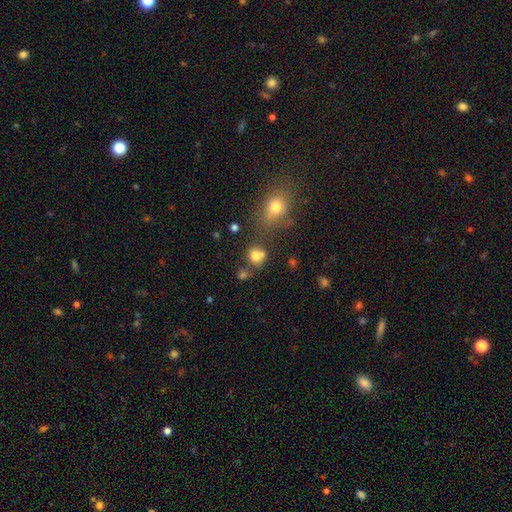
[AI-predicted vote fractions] smooth_or_featured: smooth (p=0.78) [alt: star or artifact p=0.14]
how_rounded: round (p=0.79) [alt: in between p=0.20]
merging: none (p=0.61) [alt: merger p=0.20]